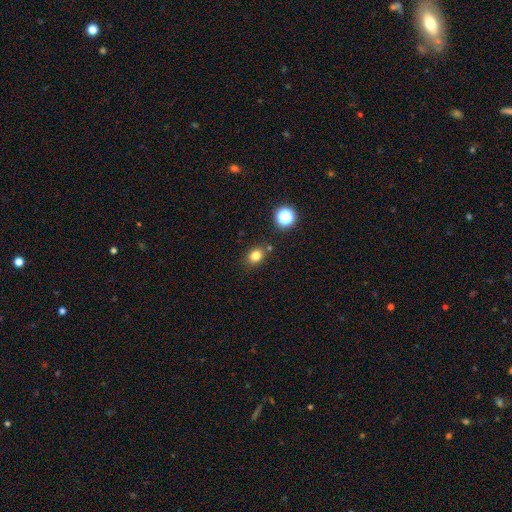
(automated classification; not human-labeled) The model was most divided on "how rounded": round: 52%, in between: 47%, cigar-shaped: 1%. More confident: merging — none (80%); smooth or featured — smooth (79%).